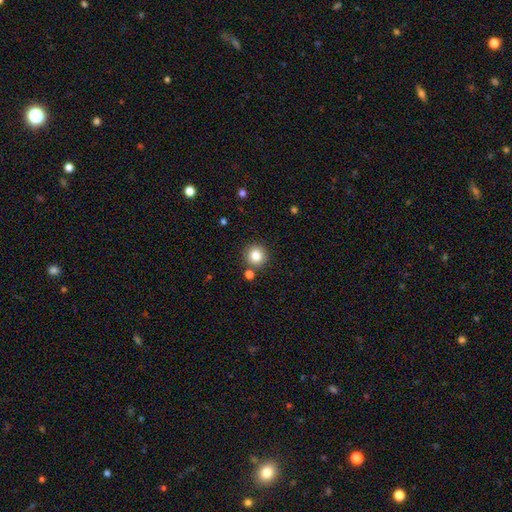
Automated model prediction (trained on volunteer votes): Smooth or featured? Predicted: smooth (p=0.82). How rounded? Predicted: round (p=0.94). Merging? Predicted: none (p=0.84).